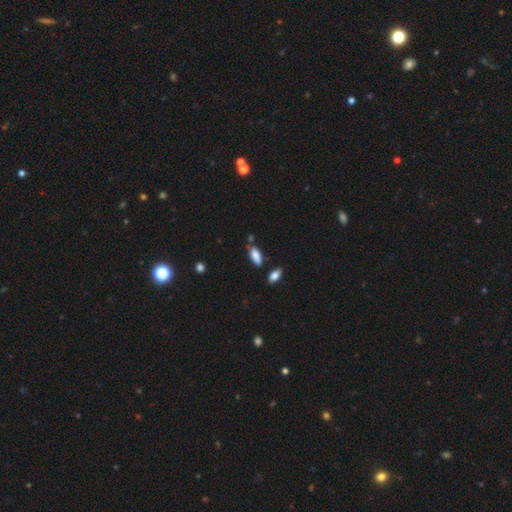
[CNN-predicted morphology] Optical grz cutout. It shows a smooth galaxy with no disk features (86%) that is in between round and cigar-shaped (81%). Merging: none (69%).